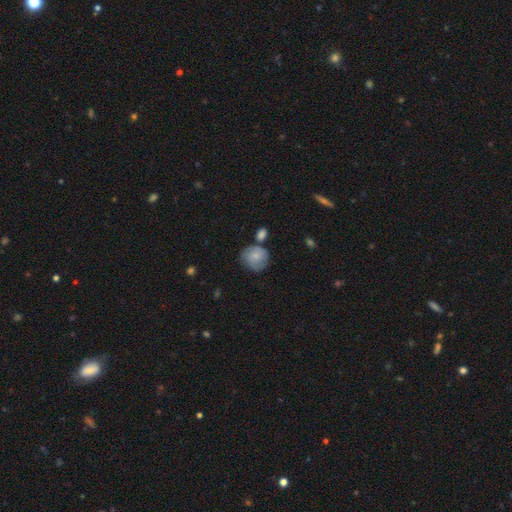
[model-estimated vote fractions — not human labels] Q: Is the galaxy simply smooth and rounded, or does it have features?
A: smooth — 74%.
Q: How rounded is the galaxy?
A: round — 79%.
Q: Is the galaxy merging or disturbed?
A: none — 56%.